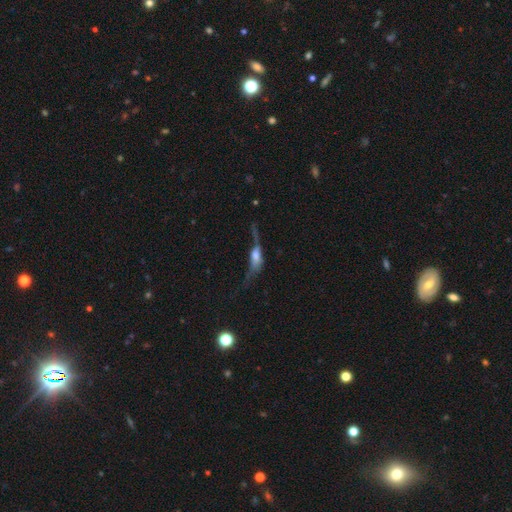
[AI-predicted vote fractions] Smooth or featured: featured or disk — 49% (smooth — 40%)
Merging: major disturbance — 48% (none — 25%)